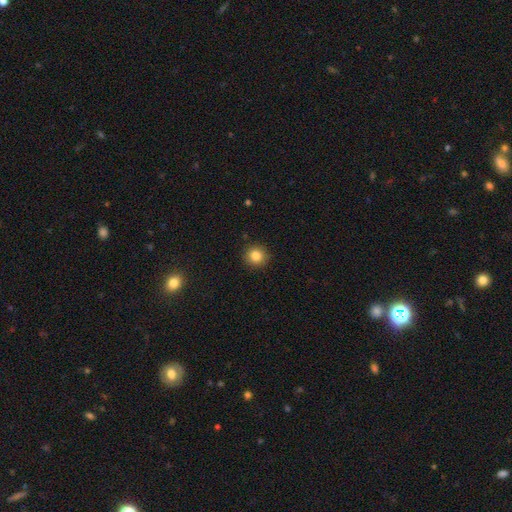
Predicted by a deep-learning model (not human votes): The model was most divided on "smooth or featured": smooth: 83%, star or artifact: 11%, featured or disk: 6%. More confident: how rounded — round (94%); merging — none (91%).